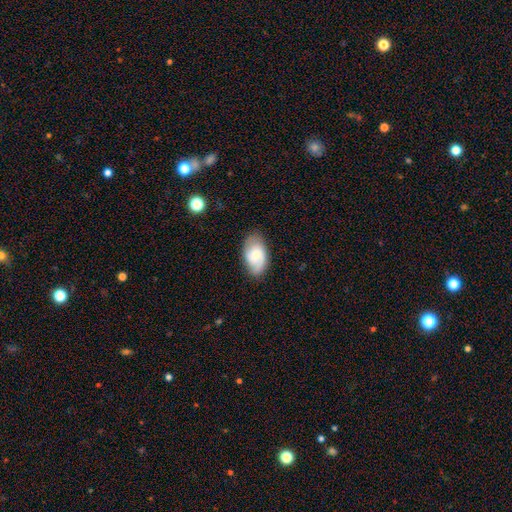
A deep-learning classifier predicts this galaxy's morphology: smooth_or_featured: smooth (p=0.50) [alt: featured or disk p=0.43]
how_rounded: in between (p=0.91) [alt: round p=0.07]
merging: none (p=0.77) [alt: minor disturbance p=0.18]